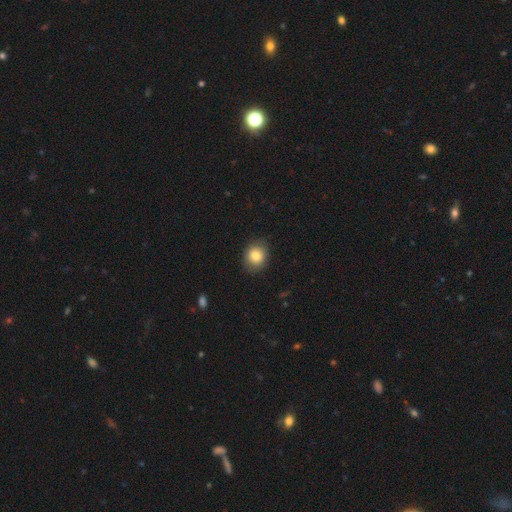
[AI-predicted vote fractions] smooth_or_featured: smooth (p=0.83) [alt: star or artifact p=0.09]
how_rounded: round (p=0.63) [alt: in between p=0.36]
merging: none (p=0.85) [alt: minor disturbance p=0.12]